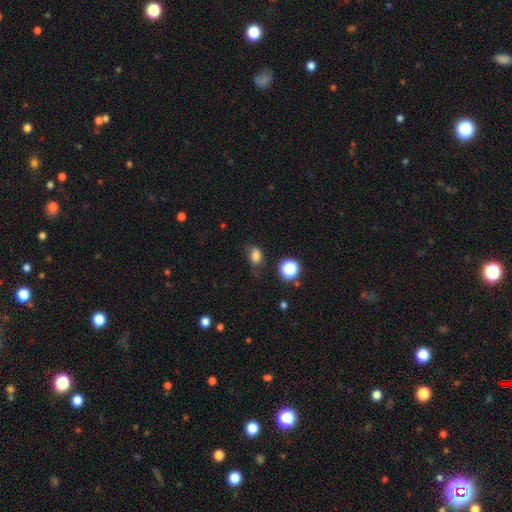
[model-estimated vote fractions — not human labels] A smooth galaxy with no disk features (79%) that is in between round and cigar-shaped (75%).

Vote fractions:
- Smooth or featured? smooth: 79% / star or artifact: 14% / featured or disk: 7%
- How rounded? in between: 75% / round: 23% / cigar-shaped: 2%
- Merging? none: 58% / minor disturbance: 28% / major disturbance: 11% / merger: 3%